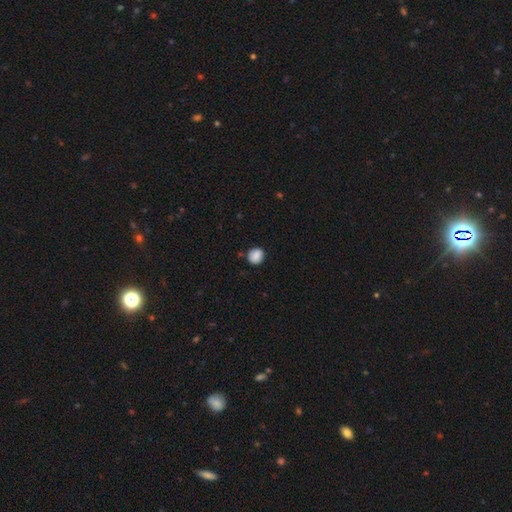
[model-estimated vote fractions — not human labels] smooth 87%, star or artifact 9%, featured or disk 5%. Down the decision tree: how rounded — round (78%); merging — none (83%).